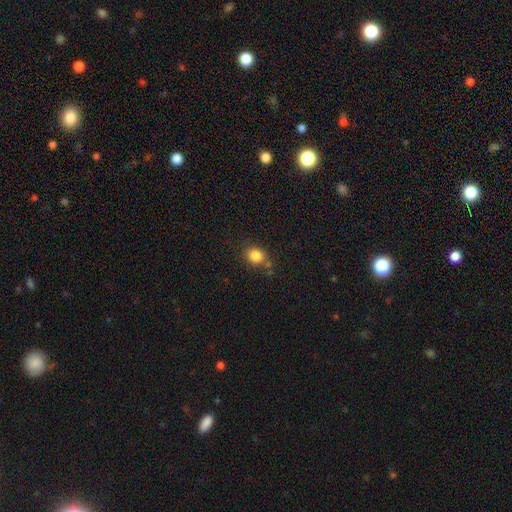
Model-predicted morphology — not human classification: Smooth or featured?
  - smooth: 84% *
  - star or artifact: 11%
  - featured or disk: 5%
How rounded?
  - round: 70% *
  - in between: 29%
  - cigar-shaped: 1%
Merging?
  - none: 76% *
  - minor disturbance: 13%
  - merger: 7%
  - major disturbance: 4%